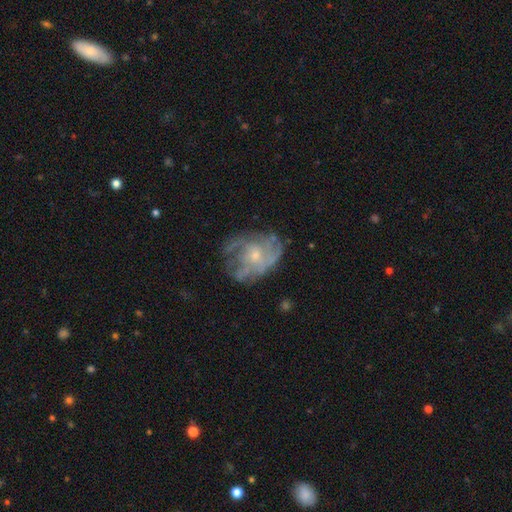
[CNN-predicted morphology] This is likely a featured or disk galaxy (75%). It is clearly not viewed edge-on (97%). Bar: likely no (78%). Spiral arm pattern: likely yes (80%). Spiral arm count: marginally can't tell (43%). Spiral winding: marginally tight (43%). Central bulge: likely small (61%). Merging: likely none (62%).